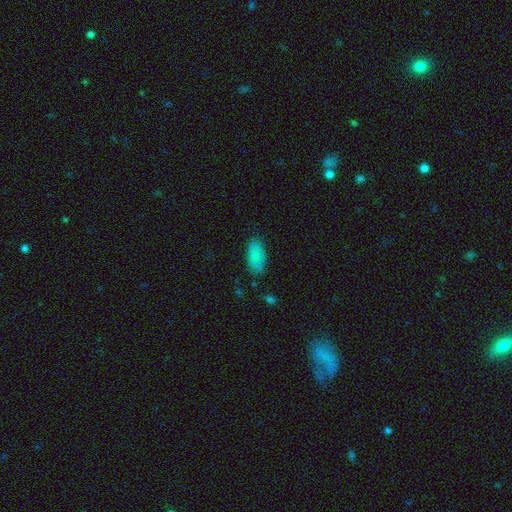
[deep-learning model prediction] Morphology: type=smooth (85%); roundness=in between (89%); merging=none (81%).